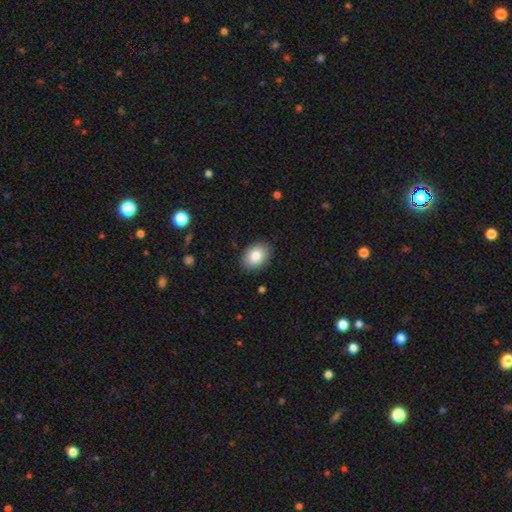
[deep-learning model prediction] Smooth or featured?
  - smooth: 85% *
  - featured or disk: 8%
  - star or artifact: 7%
How rounded?
  - in between: 75% *
  - round: 24%
  - cigar-shaped: 1%
Merging?
  - none: 88% *
  - minor disturbance: 9%
  - major disturbance: 2%
  - merger: 1%